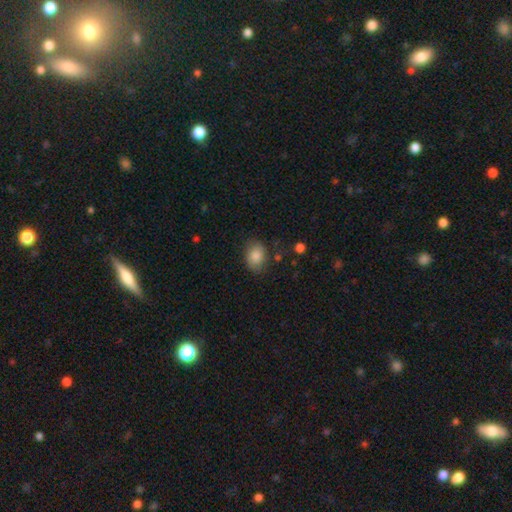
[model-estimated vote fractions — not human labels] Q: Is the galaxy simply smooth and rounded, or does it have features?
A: smooth — 85%.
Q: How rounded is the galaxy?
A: in between — 67%.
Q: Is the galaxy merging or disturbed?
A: none — 77%.